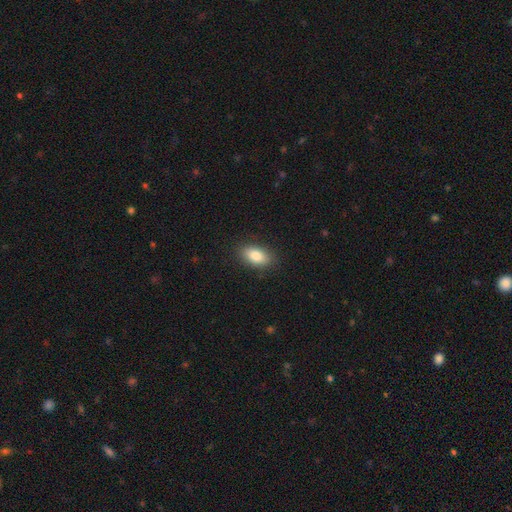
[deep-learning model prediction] A smooth galaxy with no disk features (85%) that is in between round and cigar-shaped (90%). Merging: none (88%).